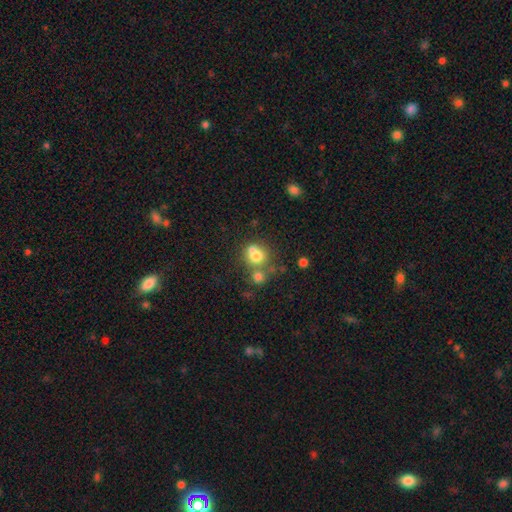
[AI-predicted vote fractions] smooth_or_featured: smooth (p=0.69) [alt: featured or disk p=0.18]
how_rounded: round (p=0.80) [alt: in between p=0.19]
merging: merger (p=0.48) [alt: none p=0.39]